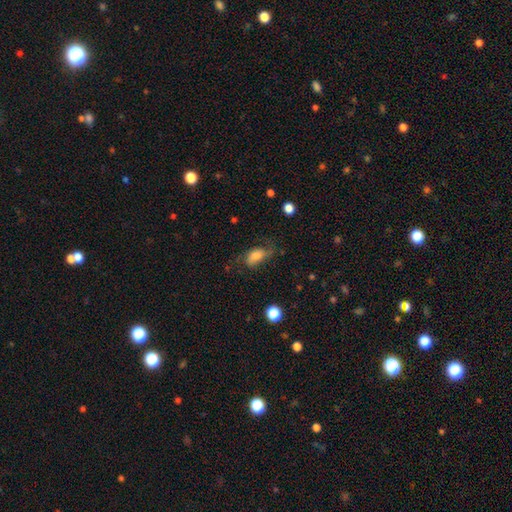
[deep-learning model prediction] A smooth galaxy with no disk features (62%) that is in between round and cigar-shaped (86%). Merging: none (53%).